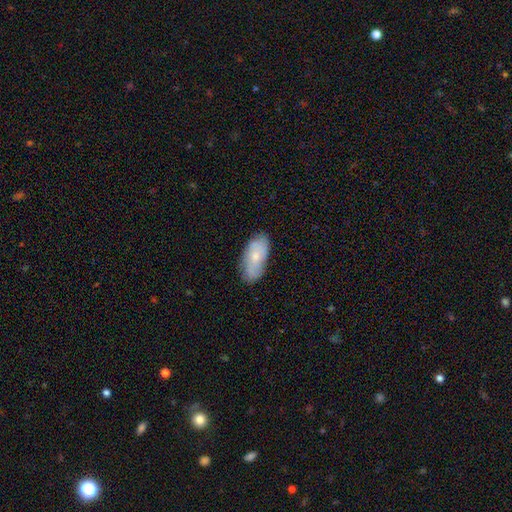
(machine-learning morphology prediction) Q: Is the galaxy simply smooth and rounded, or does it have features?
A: smooth — 55%.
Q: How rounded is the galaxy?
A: in between — 89%.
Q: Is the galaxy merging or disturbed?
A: none — 78%.